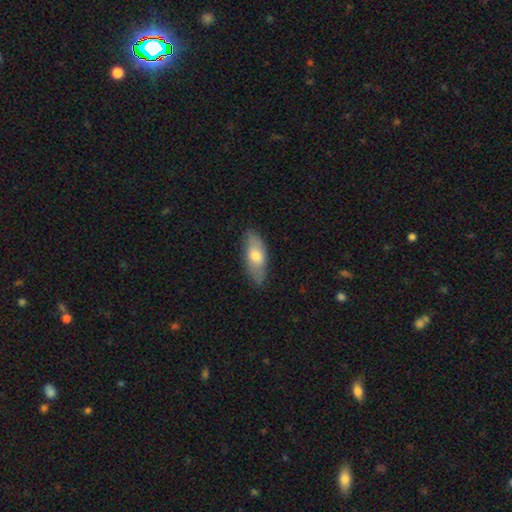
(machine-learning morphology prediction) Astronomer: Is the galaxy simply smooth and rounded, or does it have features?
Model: smooth — 65%.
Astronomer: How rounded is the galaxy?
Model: in between — 76%.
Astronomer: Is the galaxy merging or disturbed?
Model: none — 81%.